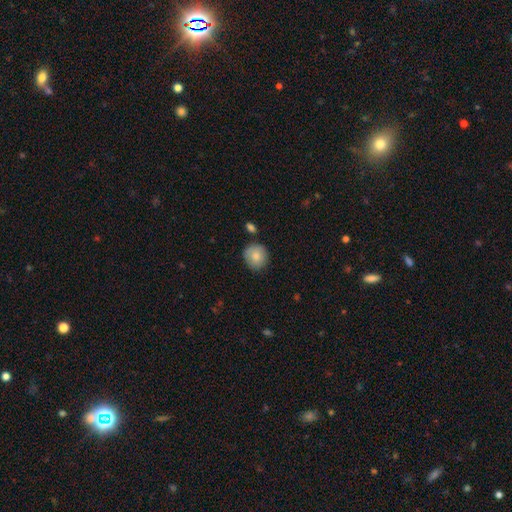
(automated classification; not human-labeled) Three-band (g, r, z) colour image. It shows a smooth galaxy with no disk features (84%) that is round (88%). Merging: none (79%).